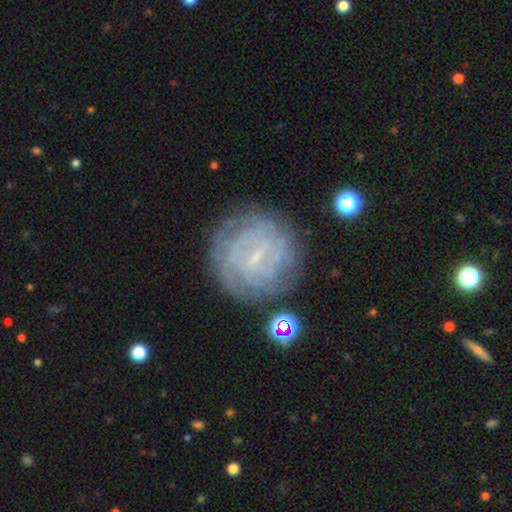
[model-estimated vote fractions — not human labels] A featured or disk galaxy (77%) with a weak bar (55%), tight (76%) spiral arms (90%) and a small central bulge (70%).

Vote fractions:
- Smooth or featured? featured or disk: 77% / smooth: 15% / star or artifact: 8%
- Edge-on disk? no: 97% / yes: 3%
- Bar? weak: 55% / strong: 24% / no: 21%
- Spiral arms? yes: 90% / no: 10%
- Spiral winding? tight: 76% / medium: 19% / loose: 5%
- Spiral arm count? can't tell: 45% / 2: 15% / 4: 14% / 3: 13% / more than 4: 7% / 1: 6%
- Bulge size? small: 70% / none: 20% / moderate: 8% / large: 1% / dominant: 1%
- Merging? none: 79% / minor disturbance: 13% / major disturbance: 6% / merger: 3%